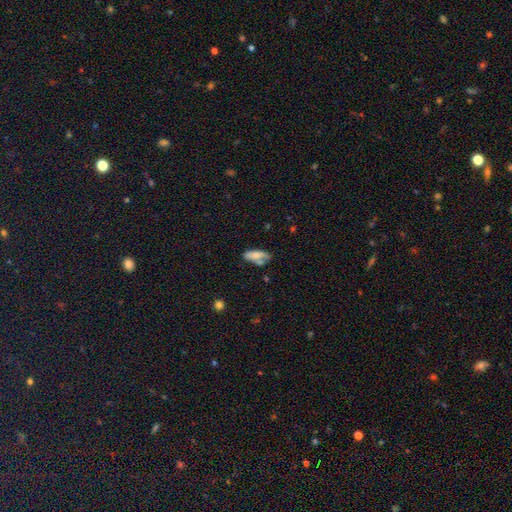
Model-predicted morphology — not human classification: This appears to be a smooth galaxy with no disk features (66%) that is in between round and cigar-shaped (77%). Merging: none (43%).